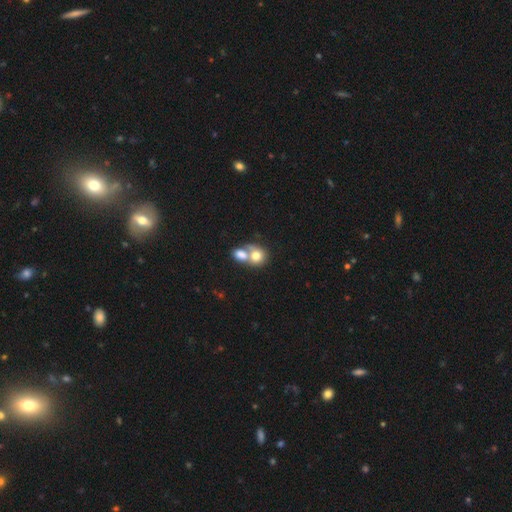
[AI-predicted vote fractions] Morphology: type=smooth (73%); roundness=round (64%); merging=merger (69%).